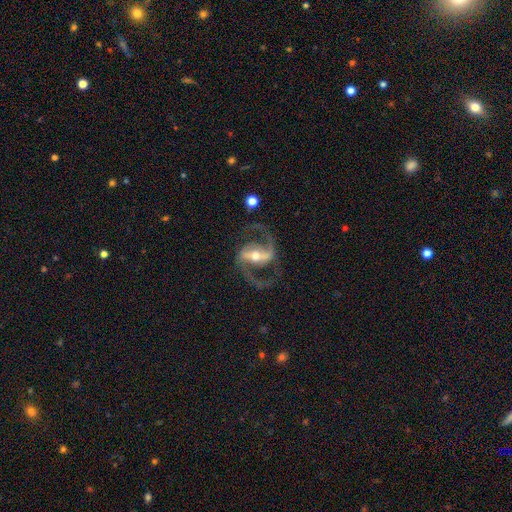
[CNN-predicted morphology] Overall: featured or disk (92%). Edge-on disk: no (97%). Bar: strong (62%; weak 28%). Spiral arms: yes (98%). Spiral arm count: 2 (94%). Spiral winding: medium (61%; loose 28%). Bulge size: moderate (61%; small 32%). Merging: none (79%).